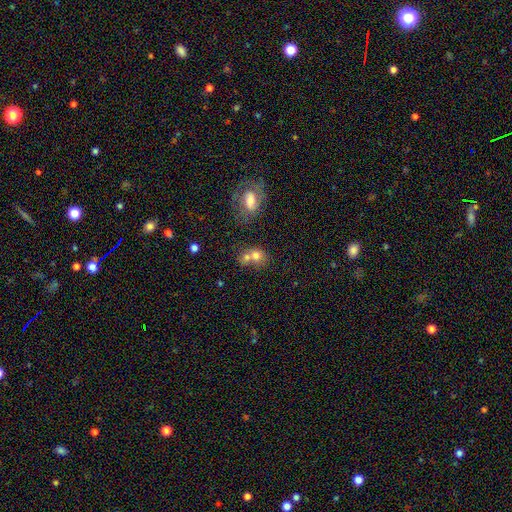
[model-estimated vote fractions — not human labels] This is likely a smooth galaxy (70%). How rounded: likely round (62%). Merging: possibly merger (58%).